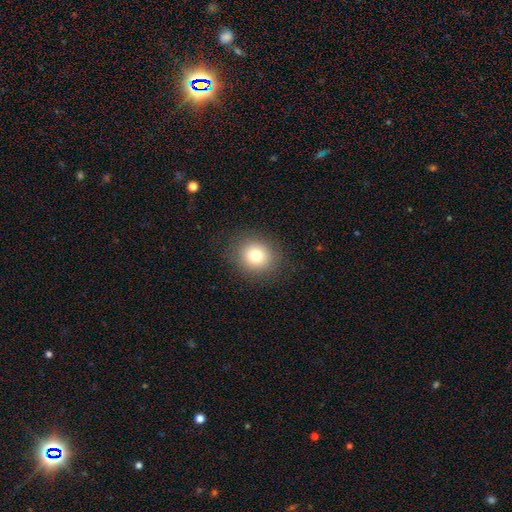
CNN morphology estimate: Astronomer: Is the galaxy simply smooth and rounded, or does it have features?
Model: smooth — 77%.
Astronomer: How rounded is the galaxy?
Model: round — 82%.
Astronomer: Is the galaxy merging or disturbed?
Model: none — 88%.